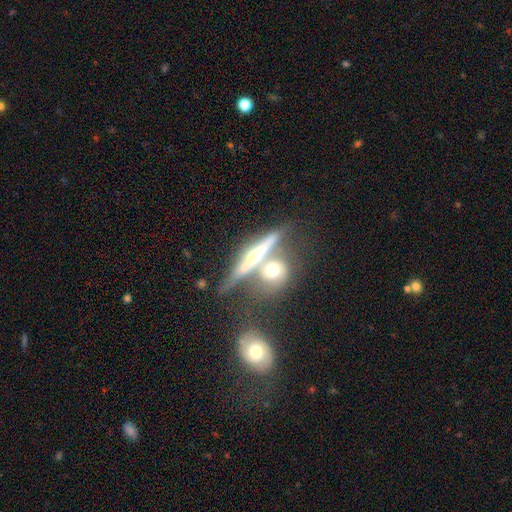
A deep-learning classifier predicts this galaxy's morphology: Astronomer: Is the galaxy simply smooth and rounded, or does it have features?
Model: featured or disk — 69%.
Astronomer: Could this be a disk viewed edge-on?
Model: yes — 88%.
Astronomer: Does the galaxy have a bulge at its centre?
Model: rounded — 82%.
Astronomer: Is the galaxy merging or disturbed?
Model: none — 54% (runner-up: merger, 31%).